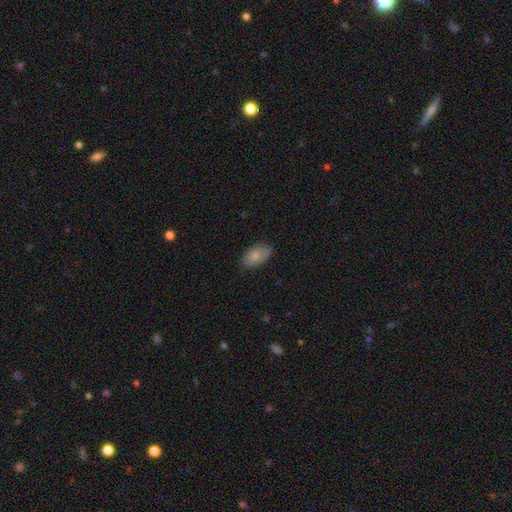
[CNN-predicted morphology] Smooth or featured: smooth — 79% (featured or disk — 14%)
How rounded: in between — 92% (round — 6%)
Merging: none — 73% (minor disturbance — 22%)